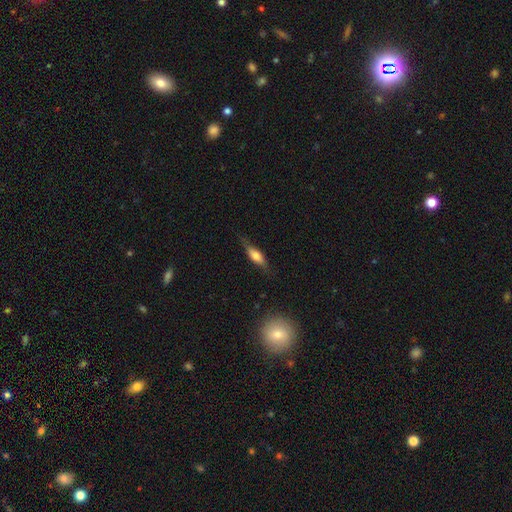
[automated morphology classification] A smooth galaxy with no disk features (56%) that is in between round and cigar-shaped (55%).

Vote fractions:
- Smooth or featured? smooth: 56% / featured or disk: 36% / star or artifact: 7%
- How rounded? in between: 55% / cigar-shaped: 41% / round: 4%
- Merging? none: 69% / minor disturbance: 23% / major disturbance: 7% / merger: 2%